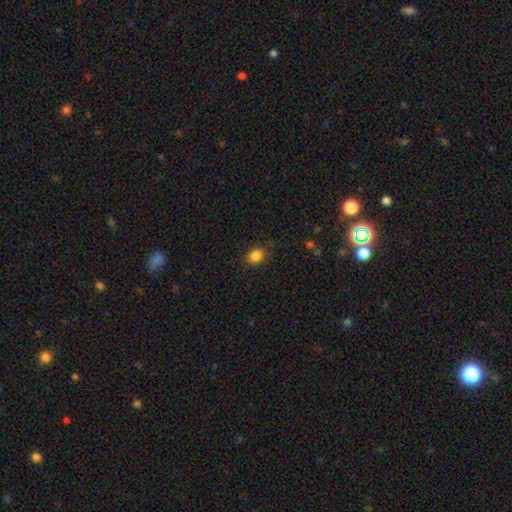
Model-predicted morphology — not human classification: This appears to be a smooth galaxy with no disk features (85%) that is in between round and cigar-shaped (59%). Merging: none (82%).